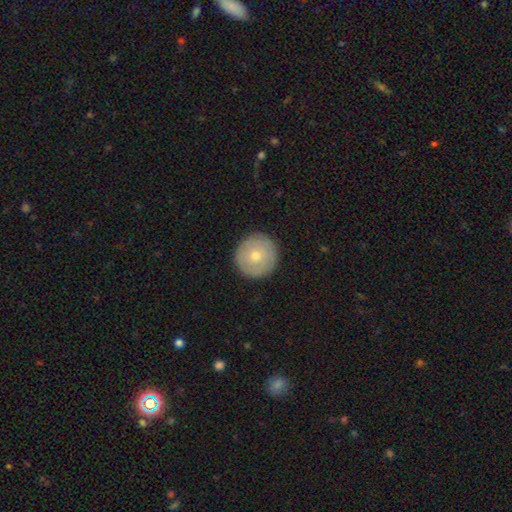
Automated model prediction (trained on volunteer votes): Morphology: type=smooth (61%); roundness=round (96%); merging=none (91%).